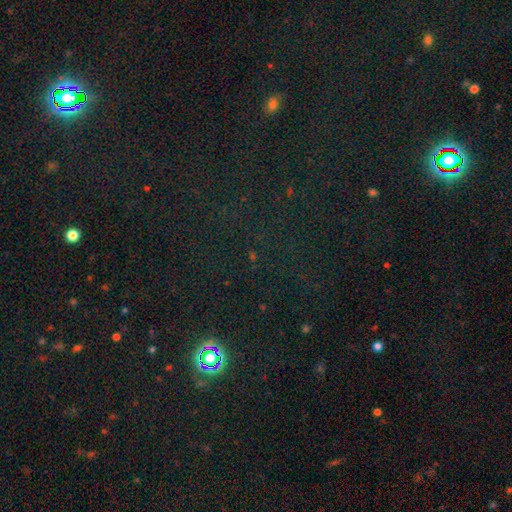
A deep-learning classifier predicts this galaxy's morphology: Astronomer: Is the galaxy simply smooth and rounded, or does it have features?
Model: star or artifact — 78%.